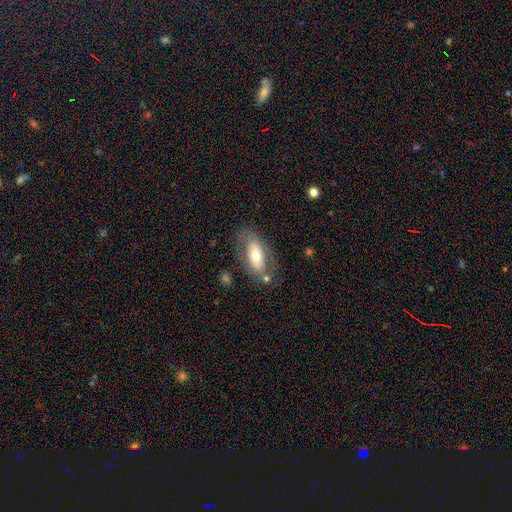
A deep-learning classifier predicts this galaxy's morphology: type=smooth (52%); roundness=in between (82%); merging=none (69%).